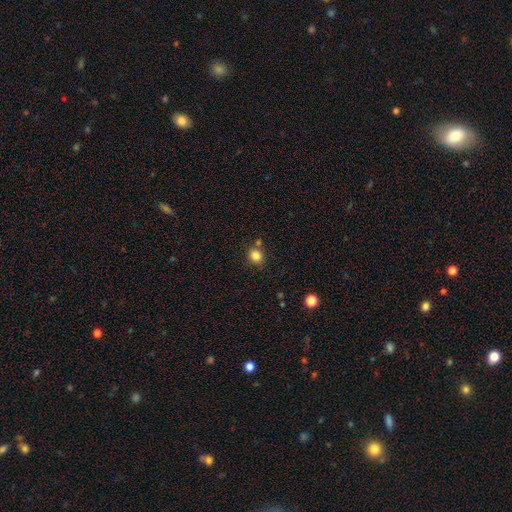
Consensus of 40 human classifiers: A smooth galaxy with no disk features (90%) that is round (92%).

Vote fractions:
- Smooth or featured? smooth: 90% / featured or disk: 8% / star or artifact: 2%
- How rounded? round: 92% / in between: 8% / cigar-shaped: 0%
- Merging? none: 79% / minor disturbance: 15% / major disturbance: 3% / merger: 3%